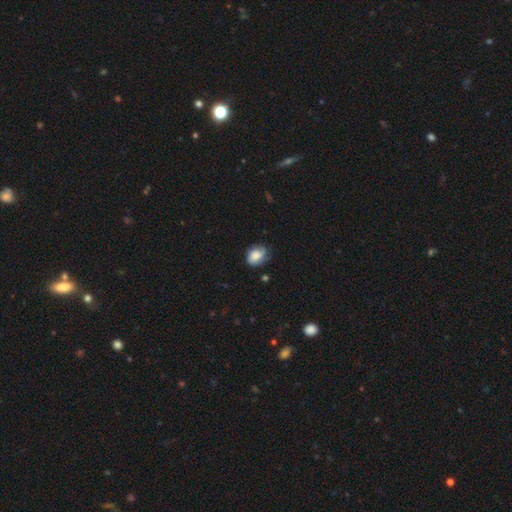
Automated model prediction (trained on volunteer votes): smooth_or_featured: smooth (p=0.65) [alt: featured or disk p=0.27]
how_rounded: in between (p=0.66) [alt: round p=0.32]
merging: none (p=0.57) [alt: minor disturbance p=0.31]